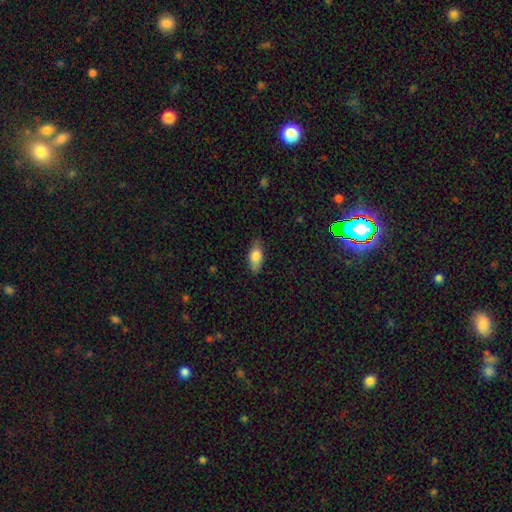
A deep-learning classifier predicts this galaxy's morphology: Smooth or featured? Predicted: smooth (p=0.77). How rounded? Predicted: in between (p=0.84). Merging? Predicted: none (p=0.83).